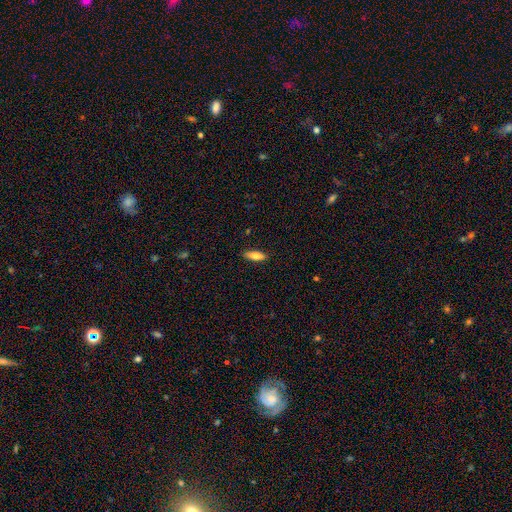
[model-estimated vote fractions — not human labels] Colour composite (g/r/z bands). It shows a smooth galaxy with no disk features (72%) that is in between round and cigar-shaped (62%). Merging: none (89%).